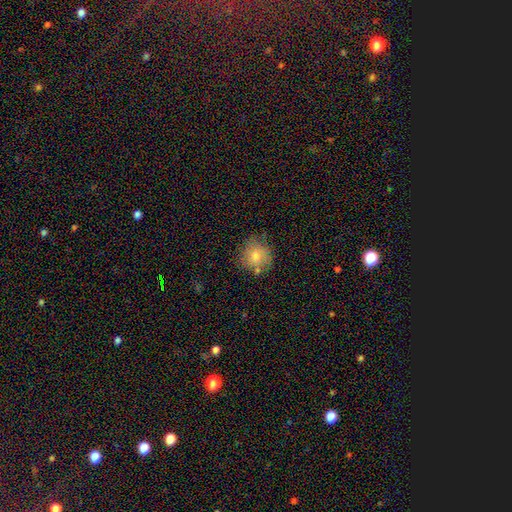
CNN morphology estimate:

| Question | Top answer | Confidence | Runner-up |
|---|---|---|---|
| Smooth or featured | smooth | 76% | featured or disk (15%) |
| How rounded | round | 85% | in between (14%) |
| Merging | none | 68% | minor disturbance (20%) |